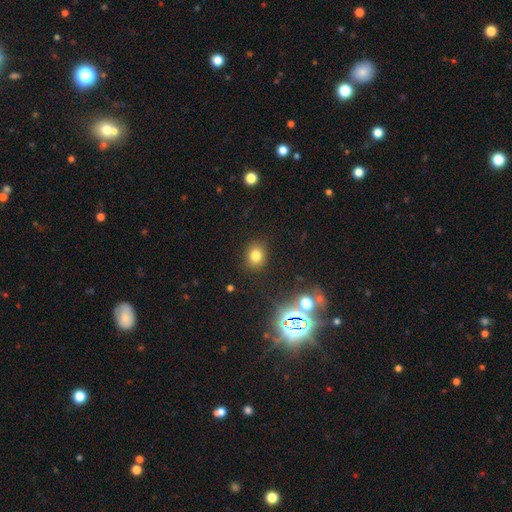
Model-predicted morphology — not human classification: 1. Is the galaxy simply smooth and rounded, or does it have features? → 77% smooth, 16% star or artifact, 7% featured or disk.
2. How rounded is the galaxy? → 65% round, 34% in between, 1% cigar-shaped.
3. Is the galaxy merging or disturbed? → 87% none, 8% minor disturbance, 3% major disturbance, 2% merger.